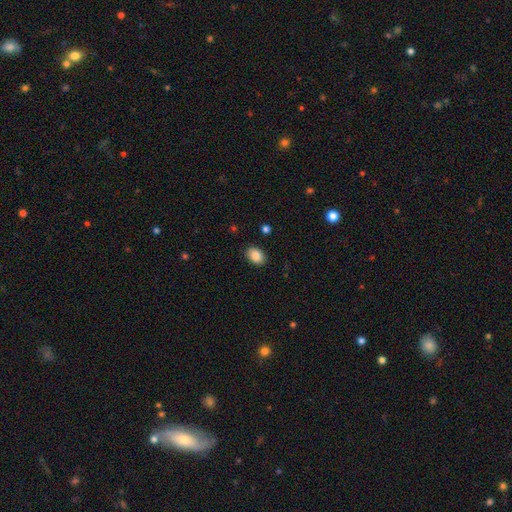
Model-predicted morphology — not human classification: A smooth galaxy with no disk features (87%) that is in between round and cigar-shaped (81%). Merging: none (87%).